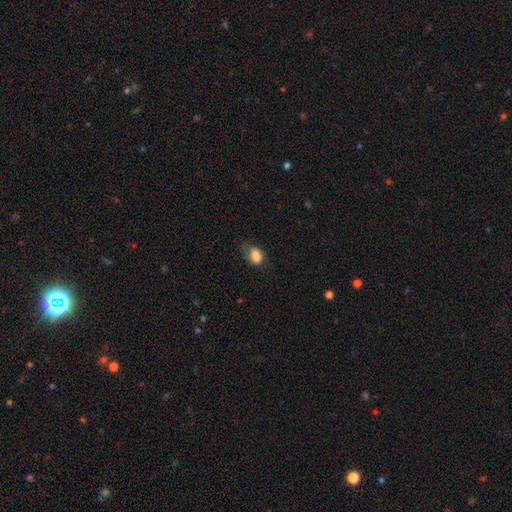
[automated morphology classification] Smooth or featured: smooth — 82% (featured or disk — 10%)
How rounded: in between — 79% (round — 19%)
Merging: none — 51% (minor disturbance — 32%)